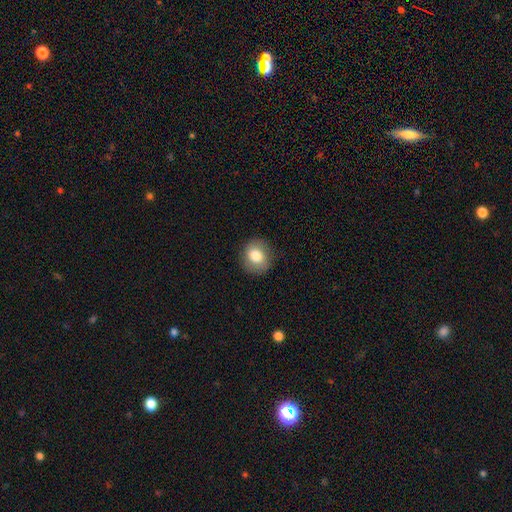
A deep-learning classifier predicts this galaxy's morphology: Smooth or featured? Predicted: smooth (p=0.80). How rounded? Predicted: round (p=0.76). Merging? Predicted: none (p=0.85).